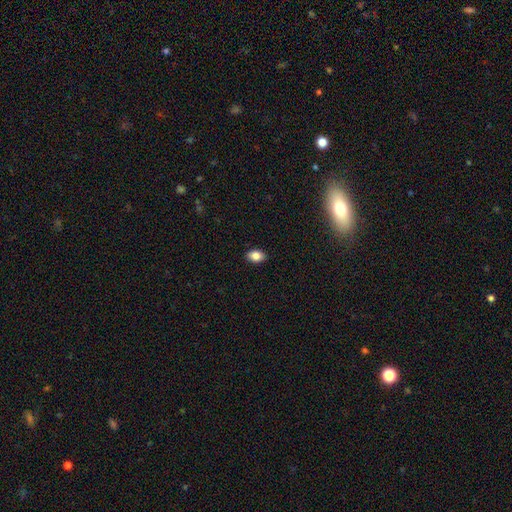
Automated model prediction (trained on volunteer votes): smooth_or_featured: smooth (p=0.84) [alt: star or artifact p=0.09]
how_rounded: in between (p=0.84) [alt: round p=0.15]
merging: none (p=0.89) [alt: minor disturbance p=0.08]